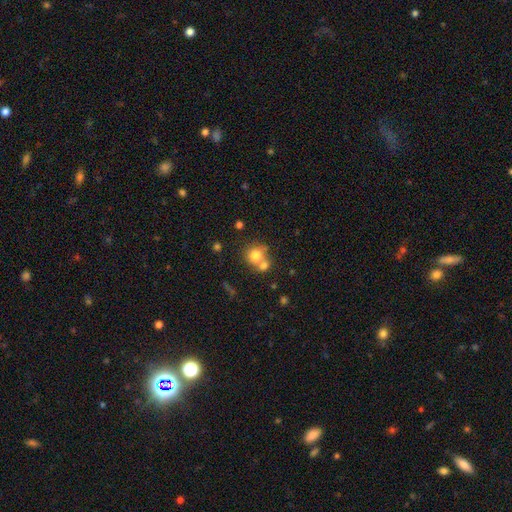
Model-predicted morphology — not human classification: Q: Smooth or featured?
A: smooth (76%); runner-up: featured or disk (13%)
Q: How rounded?
A: round (82%); runner-up: in between (17%)
Q: Merging?
A: merger (46%); runner-up: none (41%)